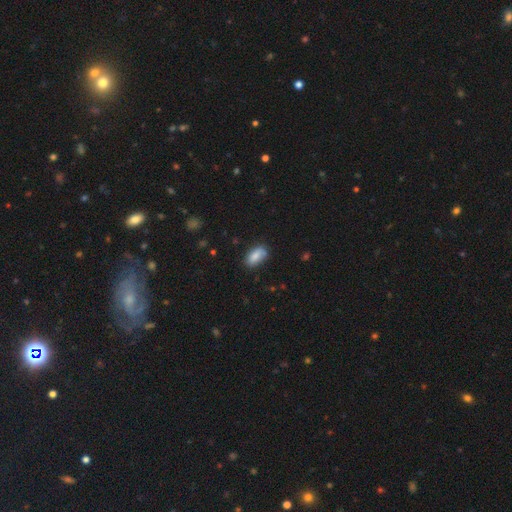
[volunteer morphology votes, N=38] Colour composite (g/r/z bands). It shows a smooth galaxy with no disk features (89%) that is in between round and cigar-shaped (88%). Merging: none (68%).